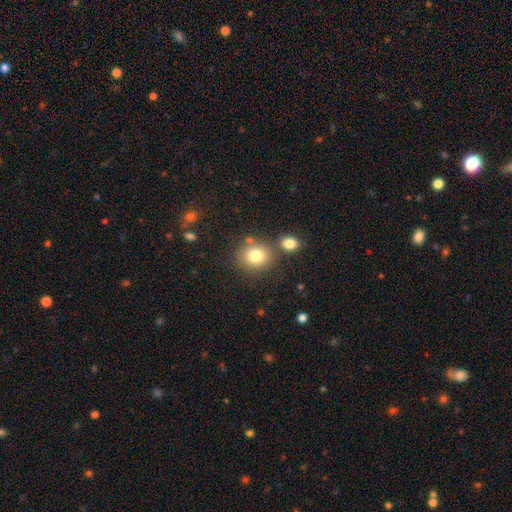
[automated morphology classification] The model was most divided on "merging": none: 70%, merger: 16%, minor disturbance: 10%, major disturbance: 4%. More confident: smooth or featured — smooth (79%); how rounded — round (77%).